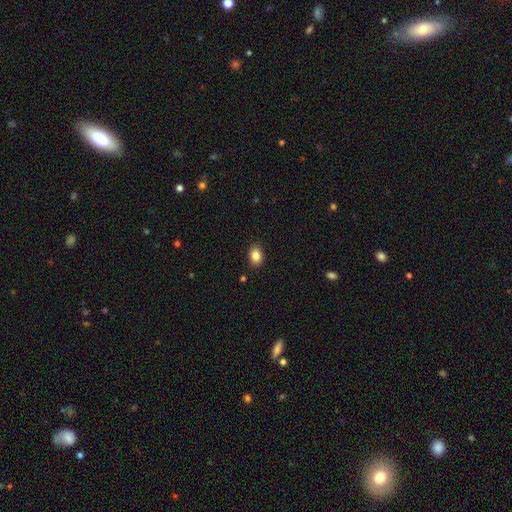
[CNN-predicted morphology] This is clearly a smooth galaxy (85%). How rounded: likely in between (74%). Merging: clearly none (87%).